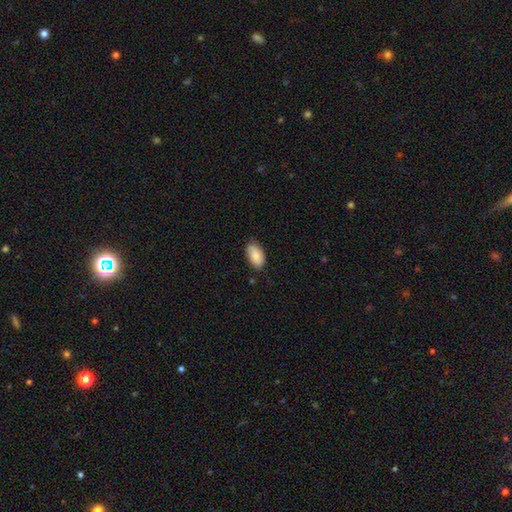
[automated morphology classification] type=smooth (86%); roundness=in between (95%); merging=none (77%).